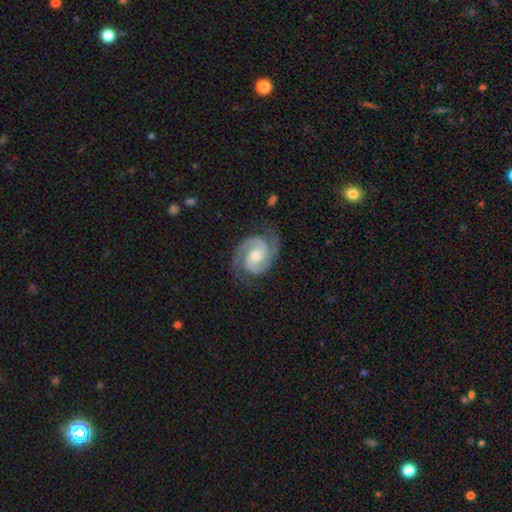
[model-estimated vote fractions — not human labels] A featured or disk galaxy (91%) with no bar (56%), 2 (93%) medium (48%) spiral arms (98%) and a moderate central bulge (52%).

Vote fractions:
- Smooth or featured? featured or disk: 91% / smooth: 5% / star or artifact: 4%
- Edge-on disk? no: 98% / yes: 2%
- Bar? no: 56% / weak: 34% / strong: 10%
- Spiral arms? yes: 98% / no: 2%
- Spiral winding? medium: 48% / tight: 45% / loose: 7%
- Spiral arm count? 2: 93% / can't tell: 2% / 3: 2% / 1: 1% / 4: 1% / more than 4: 1%
- Bulge size? moderate: 52% / small: 39% / large: 4% / none: 4% / dominant: 1%
- Merging? none: 80% / minor disturbance: 14% / major disturbance: 5% / merger: 1%